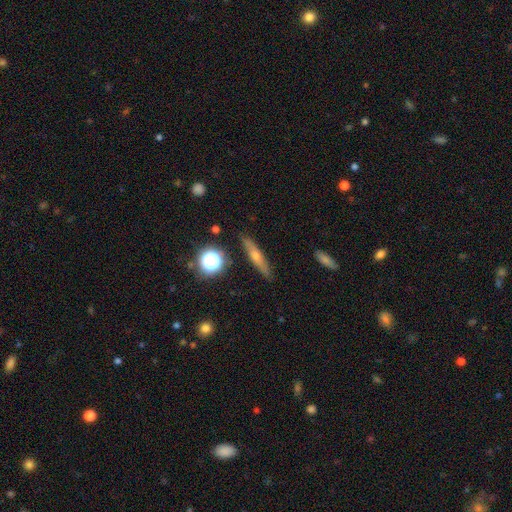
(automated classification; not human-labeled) A featured or disk galaxy (48%).

Vote fractions:
- Smooth or featured? featured or disk: 48% / smooth: 40% / star or artifact: 12%
- Merging? none: 88% / minor disturbance: 9% / major disturbance: 2% / merger: 2%